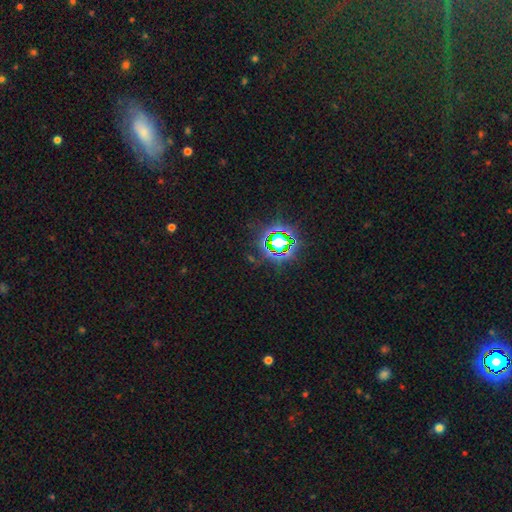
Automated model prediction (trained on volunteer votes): Q: Smooth or featured?
A: star or artifact (78%); runner-up: smooth (13%)